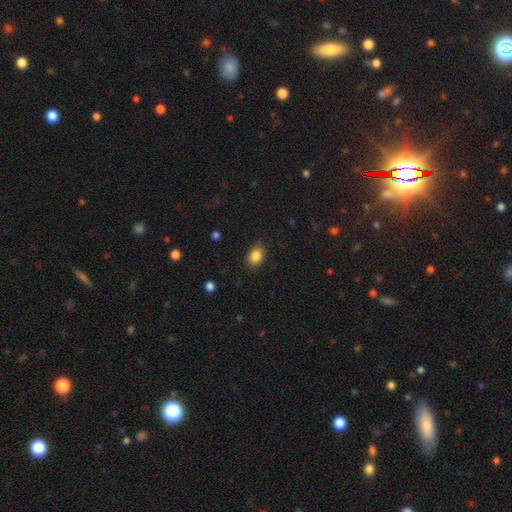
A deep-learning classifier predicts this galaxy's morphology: smooth 87%, star or artifact 9%, featured or disk 5%. Down the decision tree: how rounded — in between (75%); merging — none (82%).